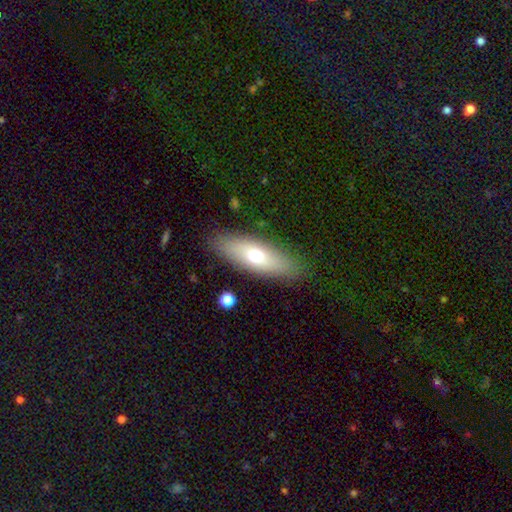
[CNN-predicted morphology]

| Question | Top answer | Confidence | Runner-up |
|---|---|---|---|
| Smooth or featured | smooth | 62% | featured or disk (31%) |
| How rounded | in between | 65% | cigar-shaped (31%) |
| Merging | none | 85% | minor disturbance (10%) |